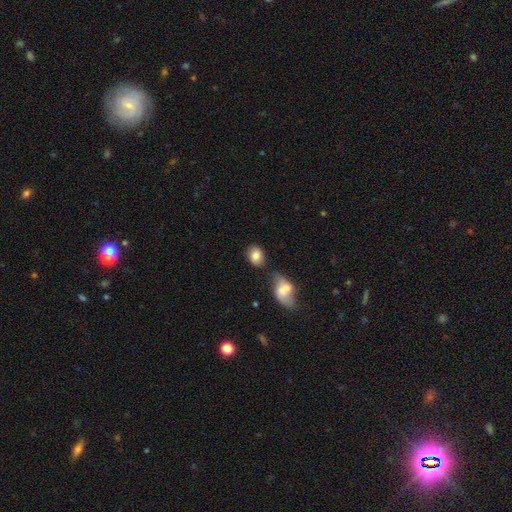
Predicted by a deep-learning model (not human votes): Smooth or featured? Predicted: smooth (p=0.82). How rounded? Predicted: in between (p=0.50). Merging? Predicted: none (p=0.65).